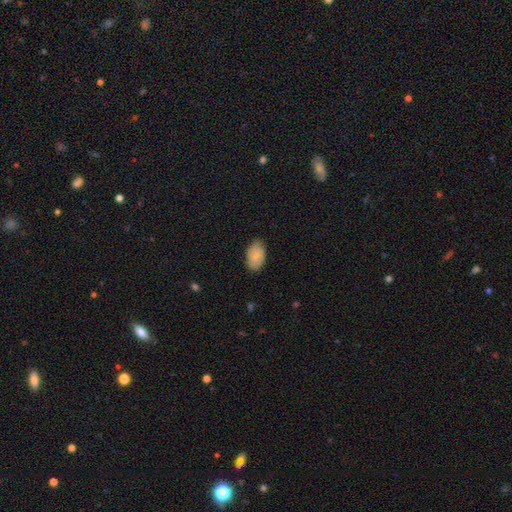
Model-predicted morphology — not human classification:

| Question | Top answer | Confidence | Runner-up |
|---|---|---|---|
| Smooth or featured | smooth | 76% | featured or disk (17%) |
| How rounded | in between | 92% | round (6%) |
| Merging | none | 77% | minor disturbance (19%) |